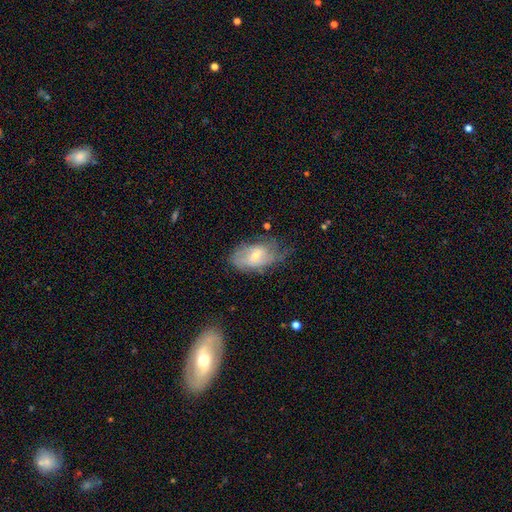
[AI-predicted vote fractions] The model was most divided on "smooth or featured": featured or disk: 52%, smooth: 40%, star or artifact: 8%. Remaining: edge-on disk — no (92%); merging — none (48%).